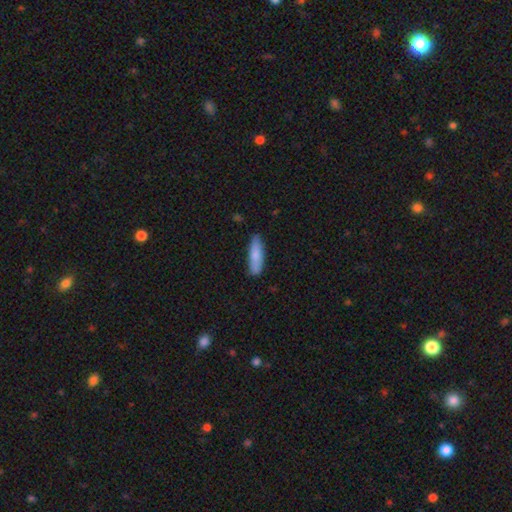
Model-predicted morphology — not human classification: Smooth or featured: smooth — 82% (featured or disk — 12%)
How rounded: cigar-shaped — 62% (in between — 36%)
Merging: none — 81% (minor disturbance — 15%)